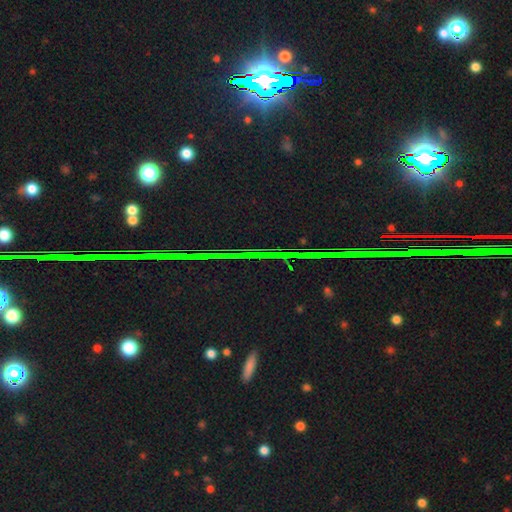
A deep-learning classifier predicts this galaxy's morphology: Smooth or featured: star or artifact — 85% (featured or disk — 8%)